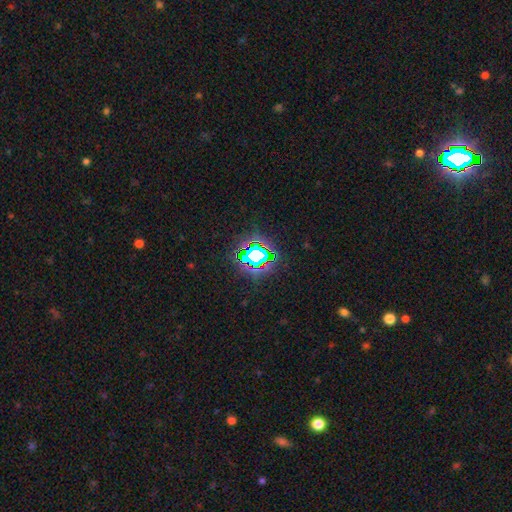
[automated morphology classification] The model was most divided on "smooth or featured": star or artifact: 71%, smooth: 17%, featured or disk: 12%.